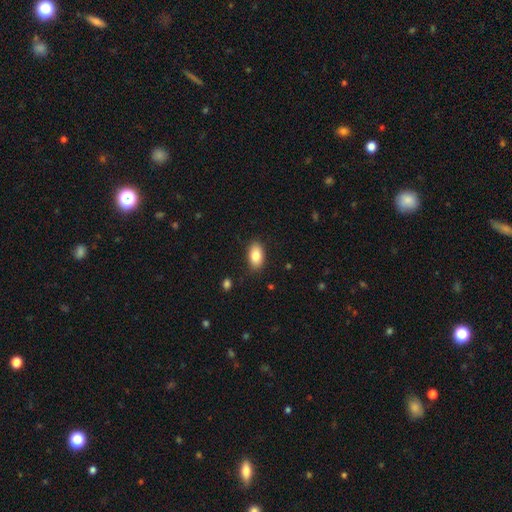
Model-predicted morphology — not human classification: Smooth or featured? smooth (83%)
How rounded? in between (92%)
Merging? none (87%)